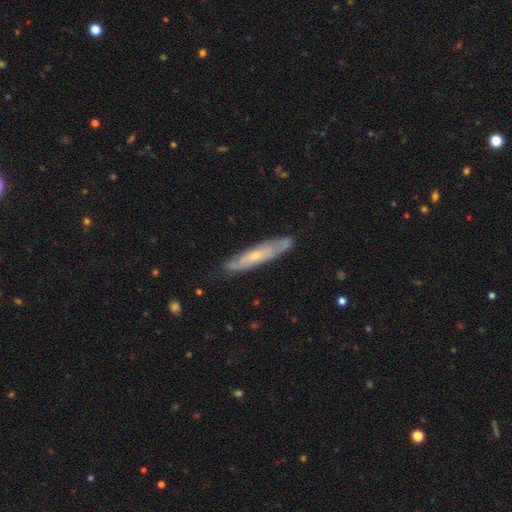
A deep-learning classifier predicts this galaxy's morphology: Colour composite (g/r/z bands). It shows a featured or disk galaxy (63%) viewed edge-on (52%). Merging: none (78%).